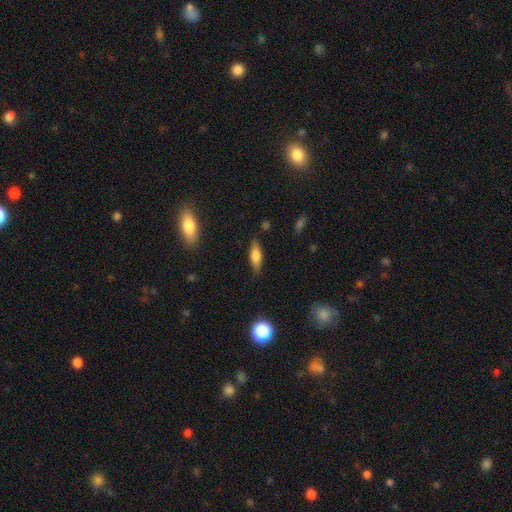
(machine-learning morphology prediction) A smooth galaxy with no disk features (70%) that is in between round and cigar-shaped (57%). Merging: none (84%).